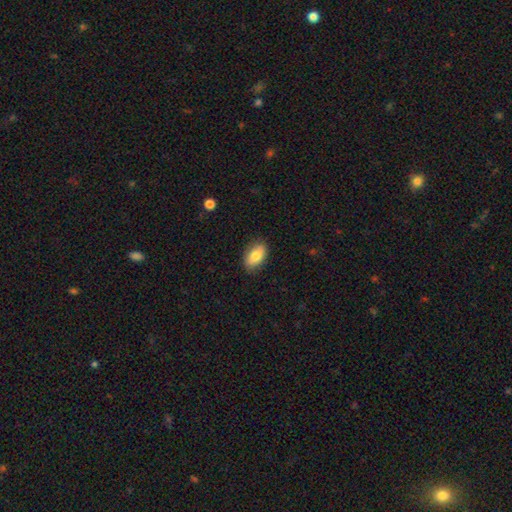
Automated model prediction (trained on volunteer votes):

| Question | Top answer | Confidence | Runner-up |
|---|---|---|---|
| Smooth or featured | smooth | 79% | featured or disk (15%) |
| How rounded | in between | 92% | round (6%) |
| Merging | none | 84% | minor disturbance (12%) |